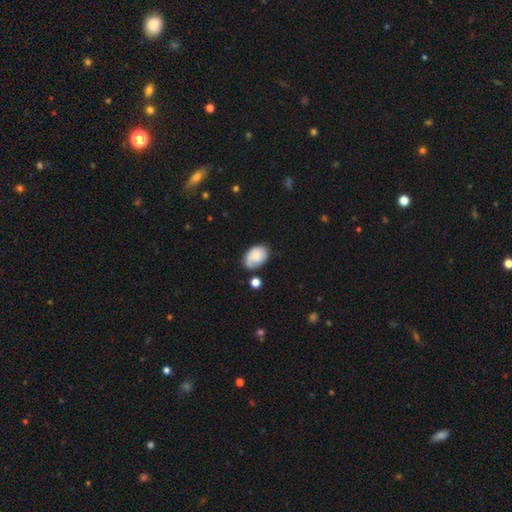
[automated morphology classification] Smooth or featured? smooth (70%)
How rounded? in between (82%)
Merging? none (57%)